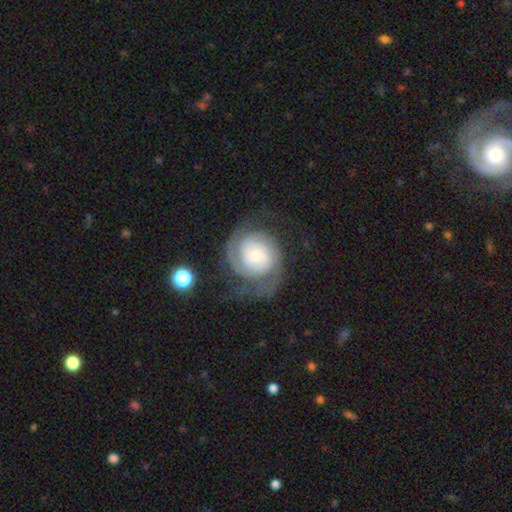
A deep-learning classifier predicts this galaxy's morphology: The model was most divided on "bulge size": small: 54%, moderate: 35%, large: 7%, none: 2%, dominant: 2%. More confident: edge-on disk — no (98%); spiral arms — yes (95%); smooth or featured — featured or disk (82%); bar — no (72%); spiral winding — tight (67%); merging — none (65%); spiral arm count — 2 (60%).